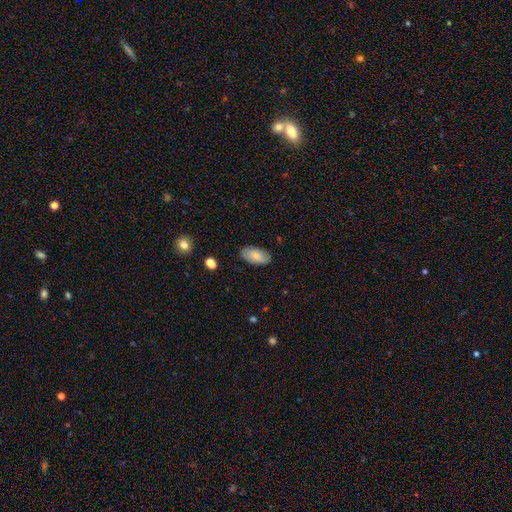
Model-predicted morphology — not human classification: Smooth or featured? Predicted: smooth (p=0.80). How rounded? Predicted: in between (p=0.95). Merging? Predicted: none (p=0.85).